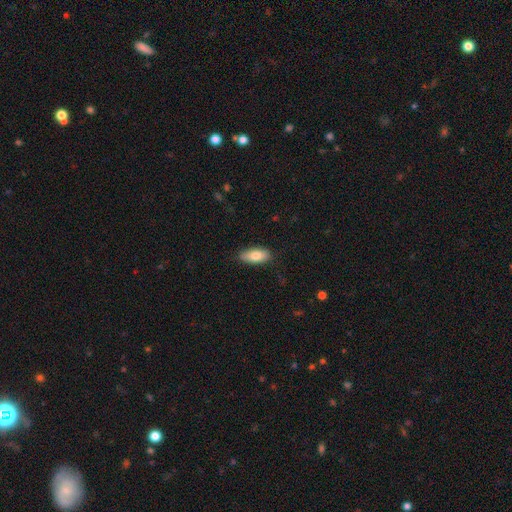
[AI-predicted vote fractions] The model was most divided on "smooth or featured": smooth: 80%, featured or disk: 14%, star or artifact: 6%. More confident: merging — none (85%); how rounded — in between (84%).